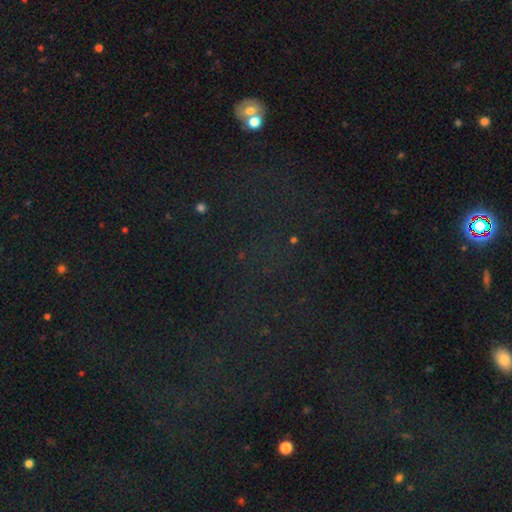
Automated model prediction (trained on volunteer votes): smooth_or_featured: star or artifact (p=0.76) [alt: smooth p=0.14]